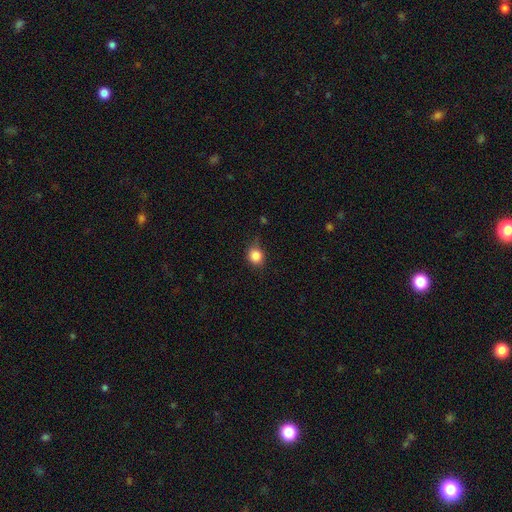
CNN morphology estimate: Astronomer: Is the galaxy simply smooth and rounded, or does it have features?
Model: smooth — 84%.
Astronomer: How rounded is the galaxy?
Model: round — 80%.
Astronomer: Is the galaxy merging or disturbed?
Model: none — 71%.